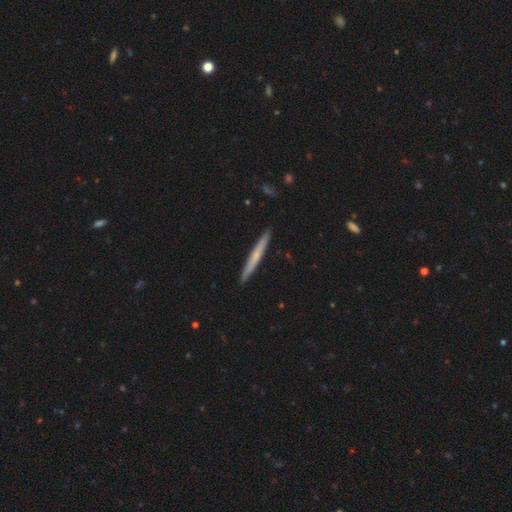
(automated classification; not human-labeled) Q: Smooth or featured?
A: smooth (50%); runner-up: featured or disk (45%)
Q: Merging?
A: none (92%); runner-up: minor disturbance (6%)